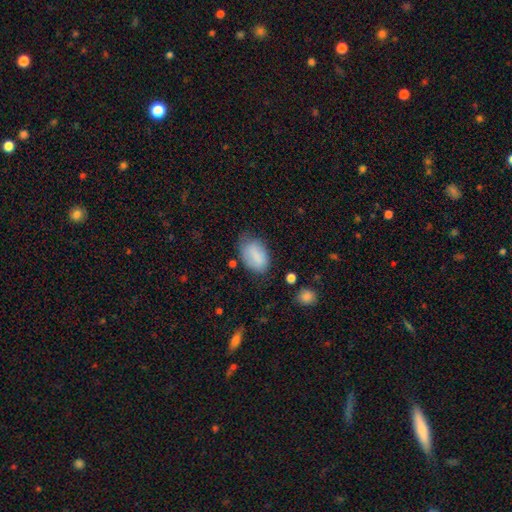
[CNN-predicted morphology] This is clearly a smooth galaxy (82%). How rounded: clearly in between (88%). Merging: likely none (60%).